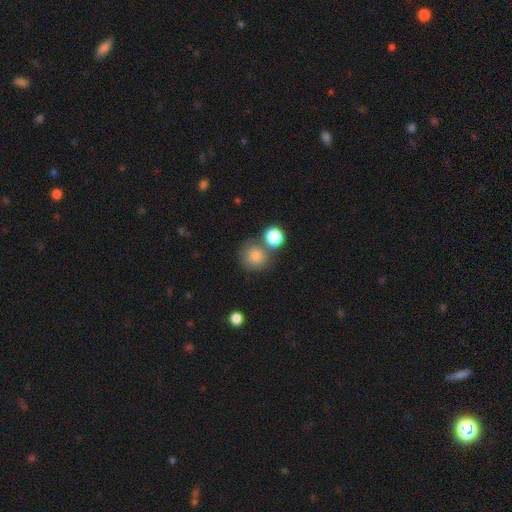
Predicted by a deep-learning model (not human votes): smooth_or_featured: smooth (p=0.81) [alt: star or artifact p=0.10]
how_rounded: round (p=0.88) [alt: in between p=0.11]
merging: none (p=0.60) [alt: merger p=0.23]